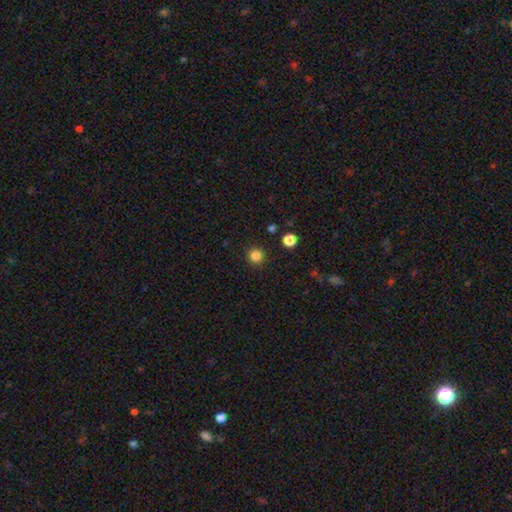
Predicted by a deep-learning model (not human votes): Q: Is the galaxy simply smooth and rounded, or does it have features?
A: smooth — 84%.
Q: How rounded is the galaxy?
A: round — 94%.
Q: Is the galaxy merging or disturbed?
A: none — 90%.